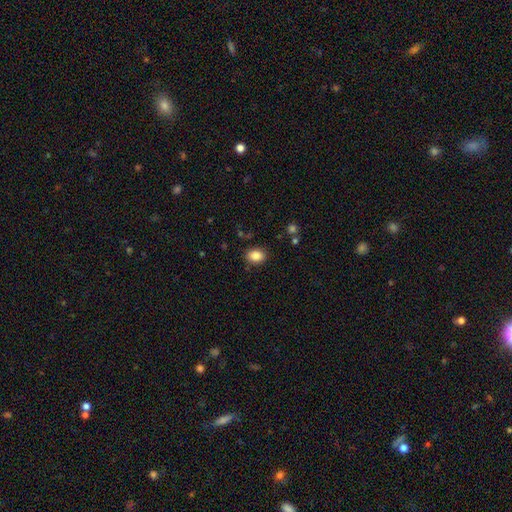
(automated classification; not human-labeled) Morphology: type=smooth (86%); roundness=in between (64%); merging=none (86%).